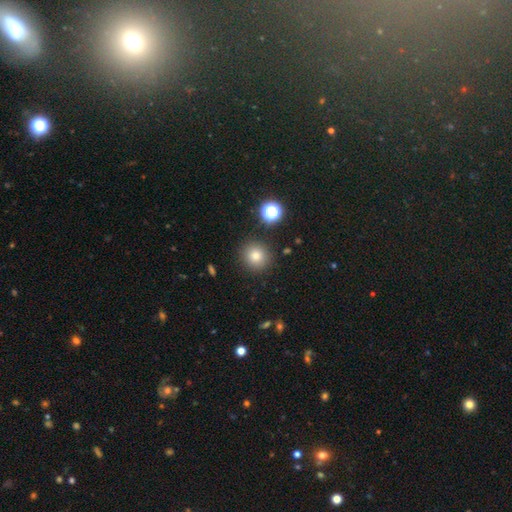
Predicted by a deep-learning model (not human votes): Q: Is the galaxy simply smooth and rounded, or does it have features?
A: smooth — 80%.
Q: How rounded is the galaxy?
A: round — 93%.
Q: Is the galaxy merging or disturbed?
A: none — 88%.